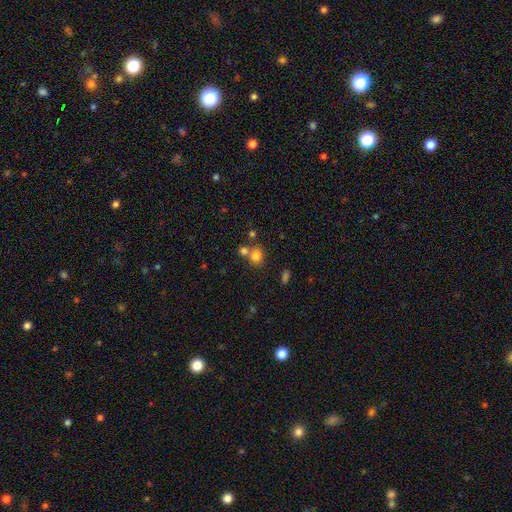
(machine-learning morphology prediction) type=smooth (79%); roundness=round (76%); merging=none (55%).